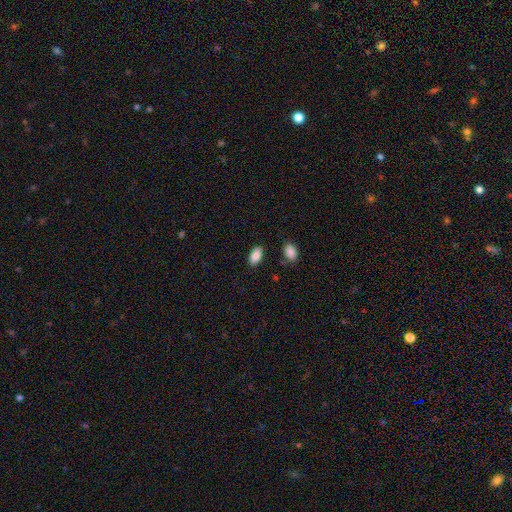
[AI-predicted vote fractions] Smooth or featured?
  - smooth: 88% *
  - star or artifact: 7%
  - featured or disk: 5%
How rounded?
  - in between: 93% *
  - cigar-shaped: 4%
  - round: 3%
Merging?
  - none: 85% *
  - minor disturbance: 9%
  - merger: 3%
  - major disturbance: 2%